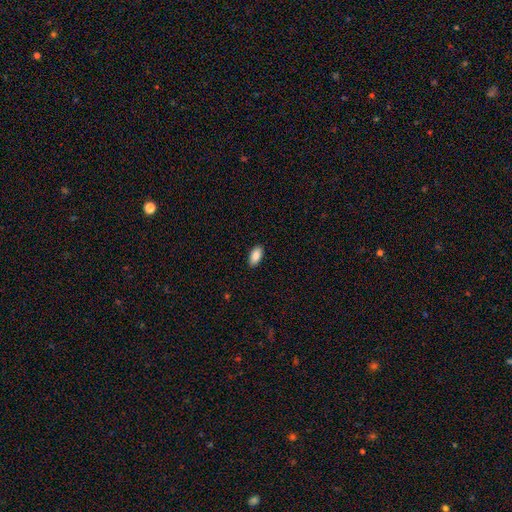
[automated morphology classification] smooth_or_featured: smooth (p=0.89) [alt: star or artifact p=0.07]
how_rounded: in between (p=0.93) [alt: cigar-shaped p=0.05]
merging: none (p=0.90) [alt: minor disturbance p=0.07]